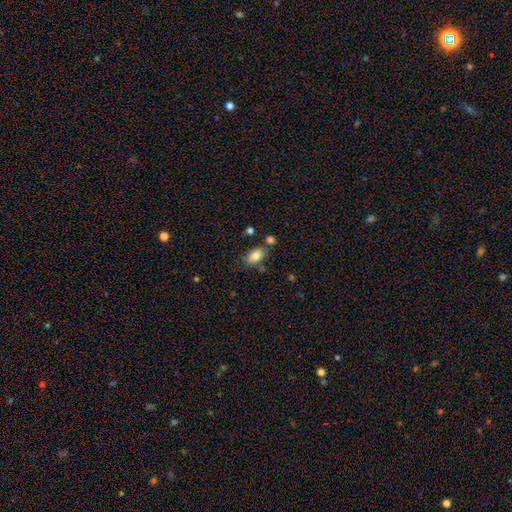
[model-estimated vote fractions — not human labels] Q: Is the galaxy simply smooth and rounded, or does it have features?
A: smooth — 81%.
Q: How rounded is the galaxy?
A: in between — 91%.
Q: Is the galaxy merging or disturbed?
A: none — 68%.